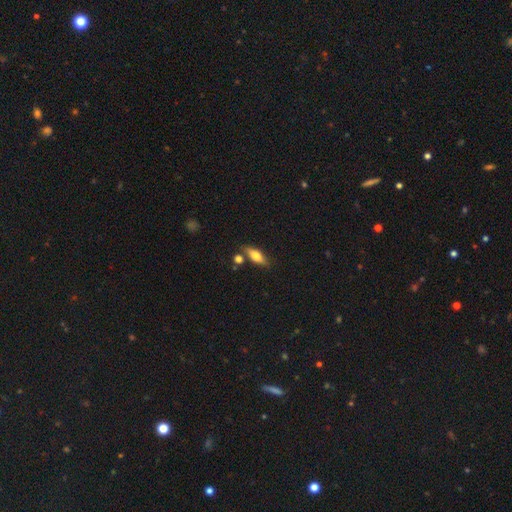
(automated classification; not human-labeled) Smooth or featured? Predicted: smooth (p=0.69). How rounded? Predicted: in between (p=0.70). Merging? Predicted: none (p=0.73).